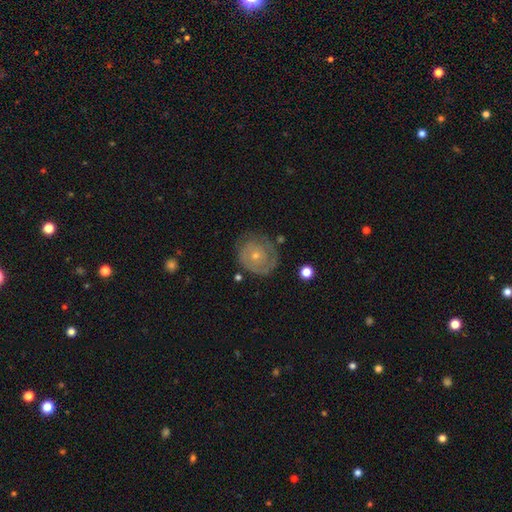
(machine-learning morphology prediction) Overall: featured or disk (61%; smooth 32%). Edge-on disk: no (97%). Bar: no (86%). Spiral arms: yes (65%; no 35%). Bulge size: small (67%; moderate 29%). Merging: none (68%).